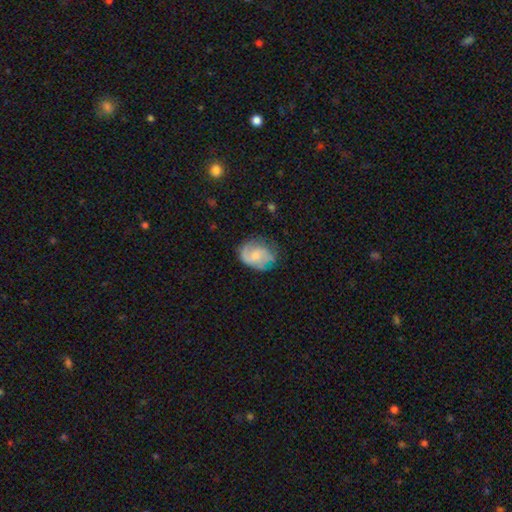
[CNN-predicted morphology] This appears to be a featured or disk galaxy (59%) with no bar (64%), spiral arms (86%) and a small central bulge (55%). Merging: none (61%).